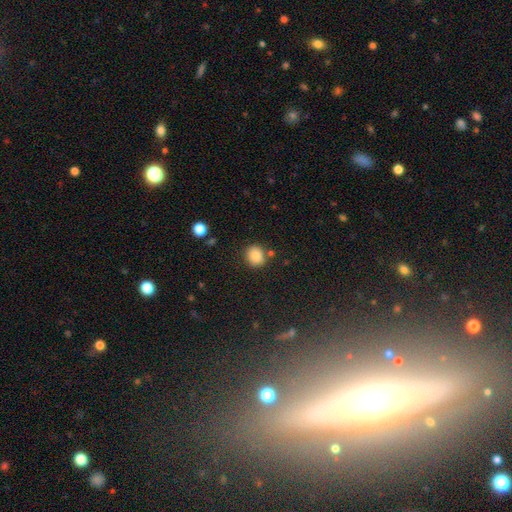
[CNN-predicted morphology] Smooth or featured?
  - smooth: 84% *
  - star or artifact: 10%
  - featured or disk: 6%
How rounded?
  - round: 76% *
  - in between: 23%
  - cigar-shaped: 1%
Merging?
  - none: 81% *
  - minor disturbance: 10%
  - merger: 6%
  - major disturbance: 3%